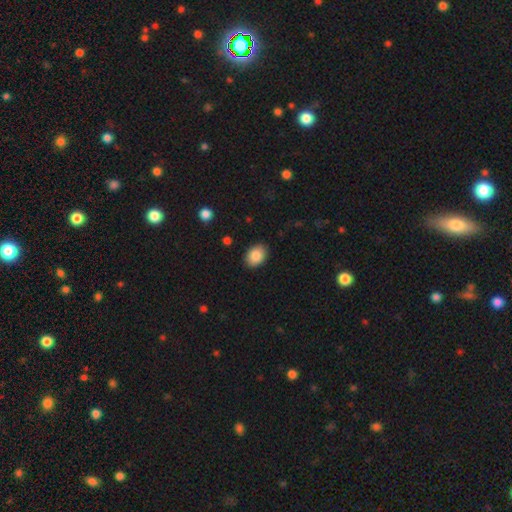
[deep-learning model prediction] Smooth or featured? Predicted: smooth (p=0.87). How rounded? Predicted: in between (p=0.73). Merging? Predicted: none (p=0.88).